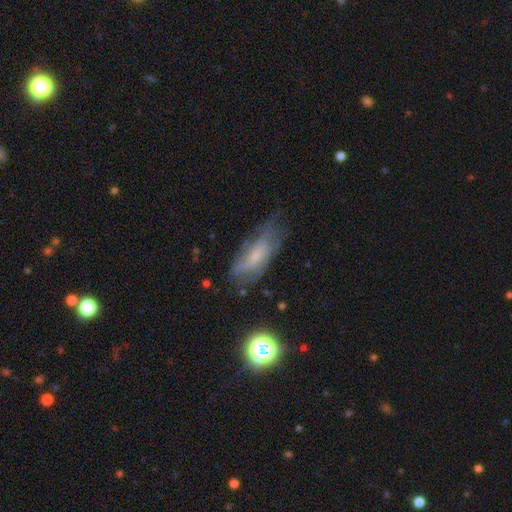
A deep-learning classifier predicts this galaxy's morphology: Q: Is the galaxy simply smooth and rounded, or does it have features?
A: featured or disk — 46%.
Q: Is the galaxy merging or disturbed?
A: none — 55%.